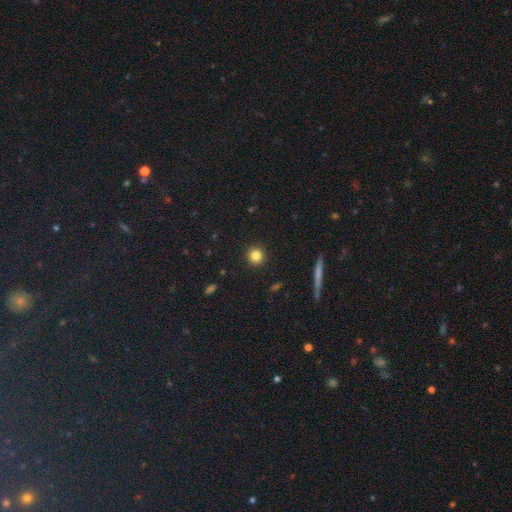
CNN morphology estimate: Smooth or featured?
  - smooth: 83% *
  - star or artifact: 11%
  - featured or disk: 6%
How rounded?
  - round: 94% *
  - in between: 4%
  - cigar-shaped: 1%
Merging?
  - none: 93% *
  - minor disturbance: 5%
  - major disturbance: 2%
  - merger: 1%